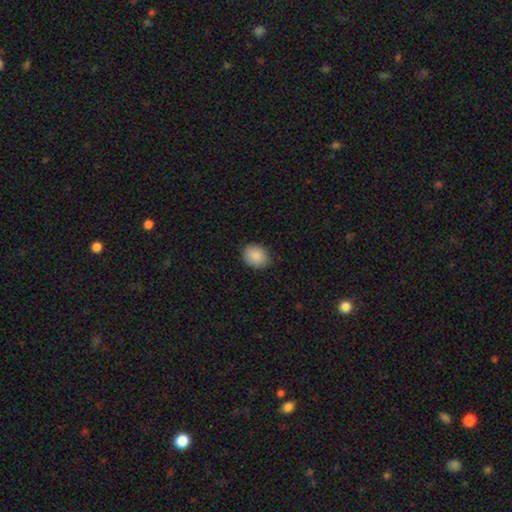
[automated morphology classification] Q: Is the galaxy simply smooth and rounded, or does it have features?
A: smooth — 88%.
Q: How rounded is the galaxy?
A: round — 64%.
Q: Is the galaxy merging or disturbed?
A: none — 87%.